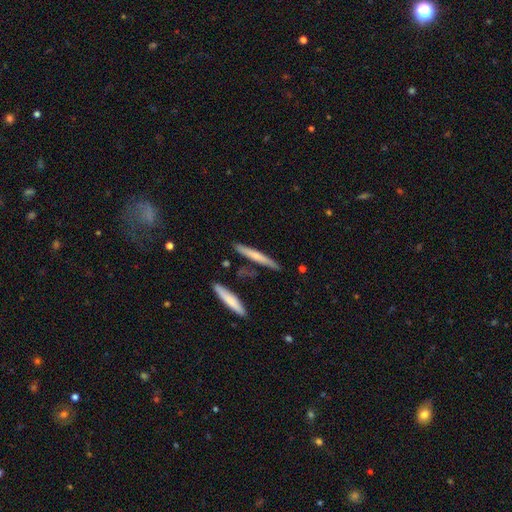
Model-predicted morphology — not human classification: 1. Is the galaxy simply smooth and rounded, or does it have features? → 57% smooth, 37% featured or disk, 6% star or artifact.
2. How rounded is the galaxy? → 94% cigar-shaped, 5% in between, 2% round.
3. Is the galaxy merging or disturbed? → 83% none, 10% minor disturbance, 5% merger, 2% major disturbance.